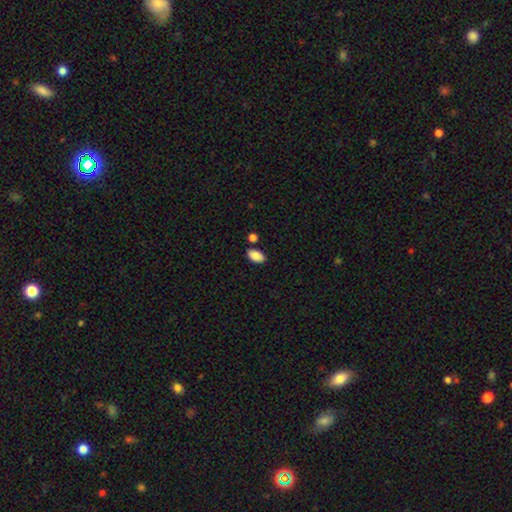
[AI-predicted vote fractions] Smooth or featured: smooth — 87% (star or artifact — 8%)
How rounded: in between — 93% (round — 5%)
Merging: none — 80% (minor disturbance — 11%)